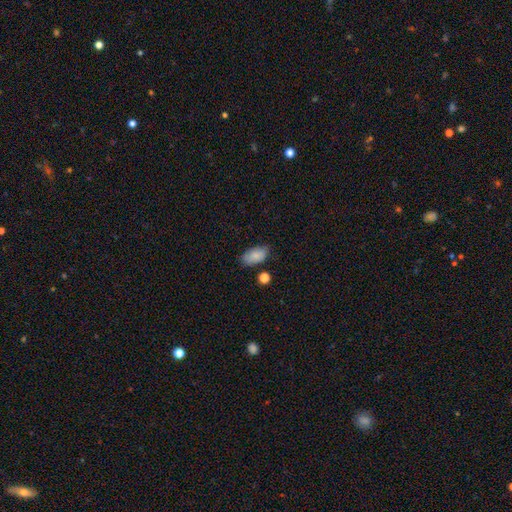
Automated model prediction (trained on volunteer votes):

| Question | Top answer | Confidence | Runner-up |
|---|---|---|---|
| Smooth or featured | smooth | 83% | featured or disk (9%) |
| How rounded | in between | 92% | round (5%) |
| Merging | none | 70% | minor disturbance (22%) |